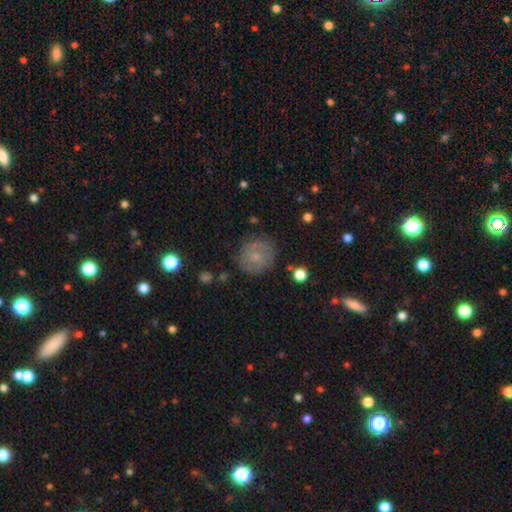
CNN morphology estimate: smooth-or-featured: smooth: 55% | featured or disk: 35% | star or artifact: 10%
  how-rounded: round: 87% | in between: 12% | cigar-shaped: 1%
  merging: none: 75% | minor disturbance: 16% | major disturbance: 6% | merger: 3%